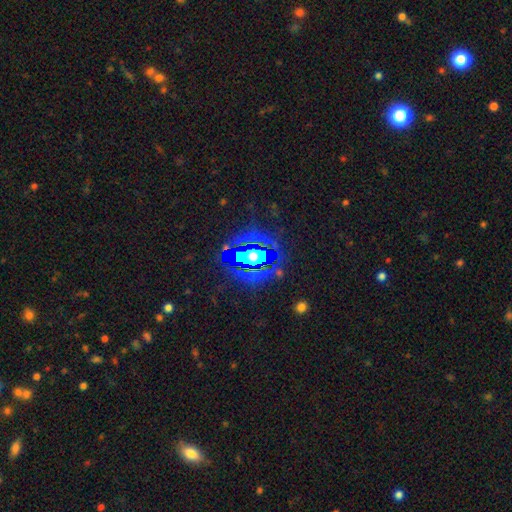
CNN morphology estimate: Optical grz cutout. It shows a star or artifact, not a galaxy (77%).